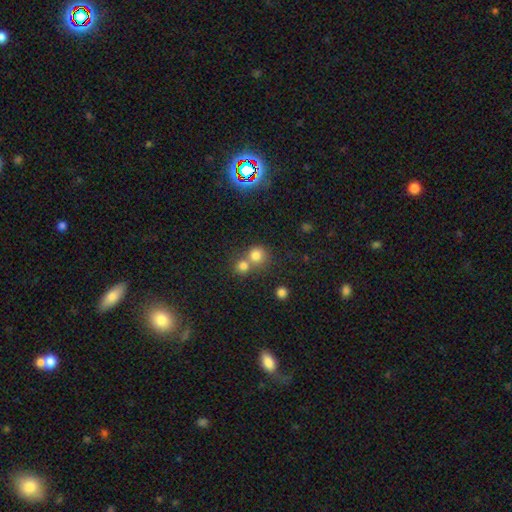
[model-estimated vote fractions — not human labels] A smooth galaxy with no disk features (77%) that is round (87%).

Vote fractions:
- Smooth or featured? smooth: 77% / star or artifact: 15% / featured or disk: 8%
- How rounded? round: 87% / in between: 12% / cigar-shaped: 1%
- Merging? none: 46% / merger: 45% / minor disturbance: 6% / major disturbance: 3%